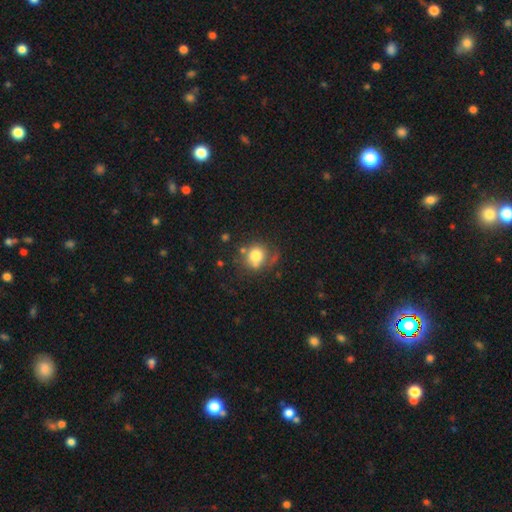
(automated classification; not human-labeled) Morphology: type=smooth (75%); roundness=round (79%); merging=none (54%).